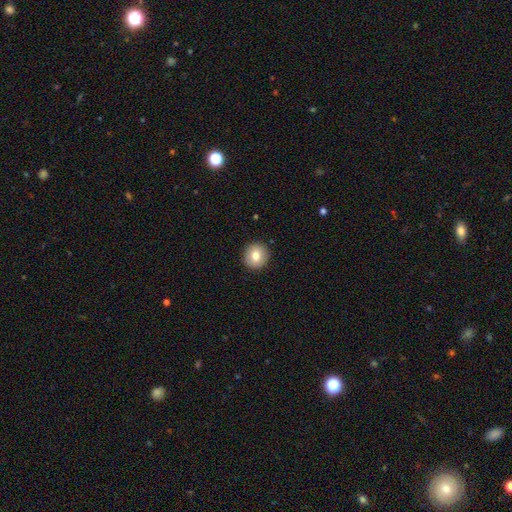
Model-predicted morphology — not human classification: smooth_or_featured: smooth (p=0.79) [alt: featured or disk p=0.12]
how_rounded: round (p=0.94) [alt: in between p=0.05]
merging: none (p=0.93) [alt: minor disturbance p=0.05]